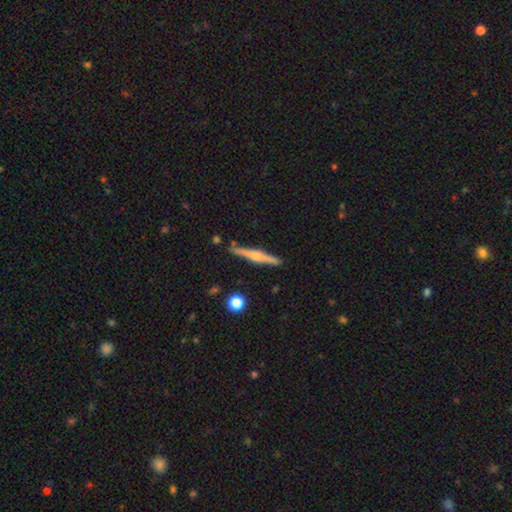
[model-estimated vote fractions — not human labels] This is likely a featured or disk galaxy (73%). It is clearly viewed edge-on (98%). Edge-on bulge: clearly rounded (86%). Merging: clearly none (88%).